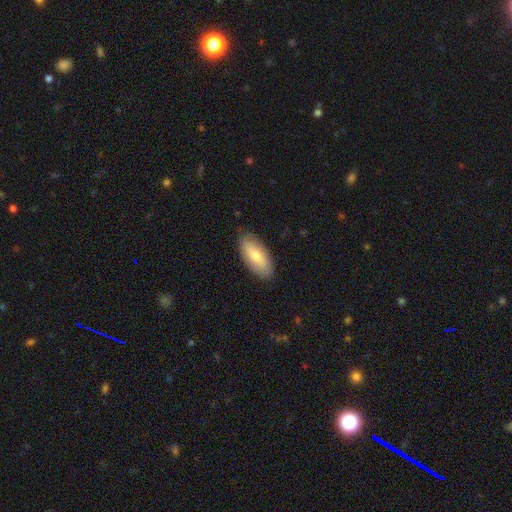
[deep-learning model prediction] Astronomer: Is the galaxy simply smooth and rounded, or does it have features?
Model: smooth — 73%.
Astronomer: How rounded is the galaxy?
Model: in between — 85%.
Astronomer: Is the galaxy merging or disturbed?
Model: none — 85%.